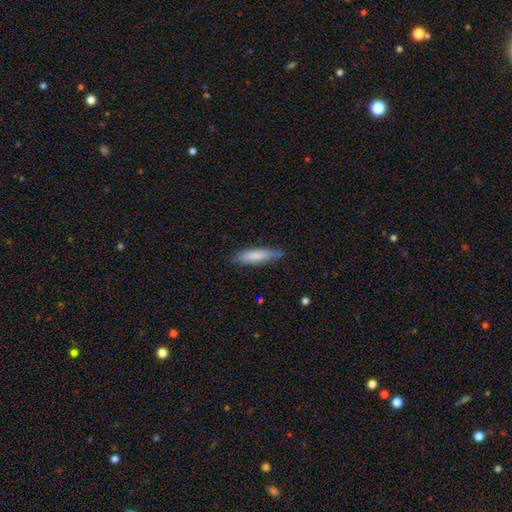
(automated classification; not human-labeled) The model was most divided on "how rounded": cigar-shaped: 68%, in between: 31%, round: 1%. More confident: smooth or featured — smooth (78%); merging — none (77%).